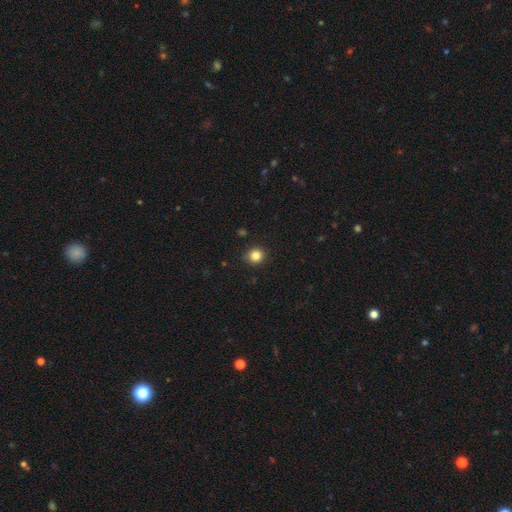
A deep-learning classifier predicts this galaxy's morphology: Q: Smooth or featured?
A: smooth (84%); runner-up: star or artifact (12%)
Q: How rounded?
A: round (88%); runner-up: in between (11%)
Q: Merging?
A: none (89%); runner-up: minor disturbance (8%)